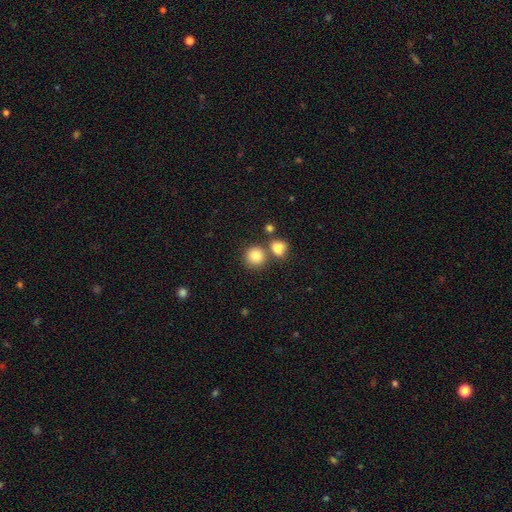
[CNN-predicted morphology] smooth 85%, star or artifact 9%, featured or disk 6%. Down the decision tree: how rounded — round (88%); merging — none (64%).